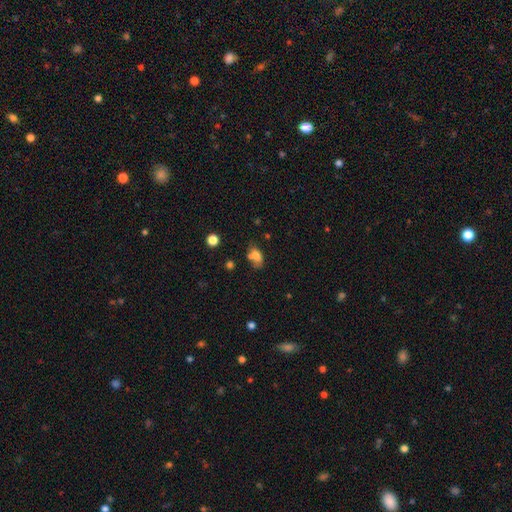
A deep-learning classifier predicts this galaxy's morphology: This appears to be a smooth galaxy with no disk features (71%) that is in between round and cigar-shaped (84%). Merging: none (44%).